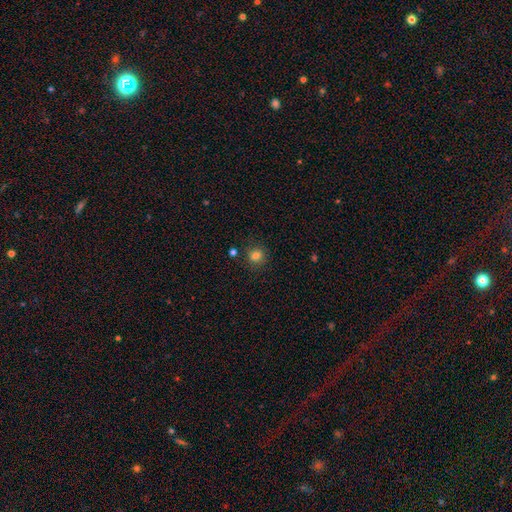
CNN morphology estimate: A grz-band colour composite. It shows a smooth galaxy with no disk features (81%) that is round (85%). Merging: none (84%).